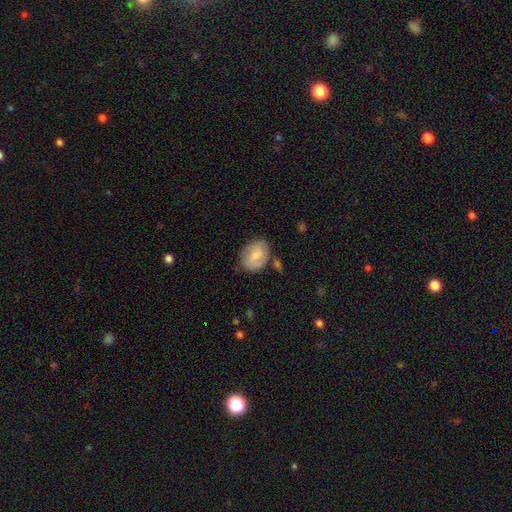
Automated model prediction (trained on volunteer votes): Smooth or featured? smooth (70%)
How rounded? in between (66%)
Merging? none (71%)